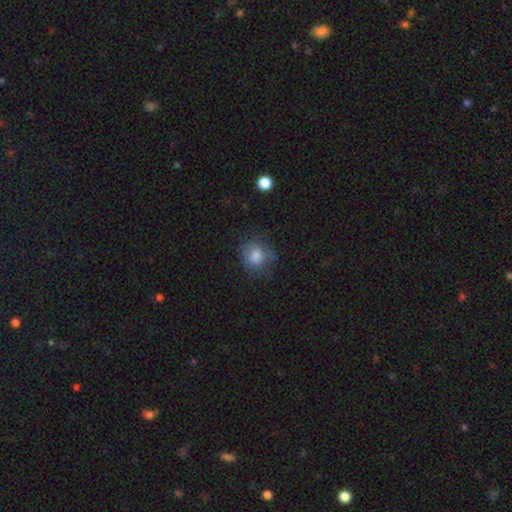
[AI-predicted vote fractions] smooth_or_featured: smooth (p=0.78) [alt: featured or disk p=0.12]
how_rounded: round (p=0.72) [alt: in between p=0.27]
merging: none (p=0.63) [alt: minor disturbance p=0.24]